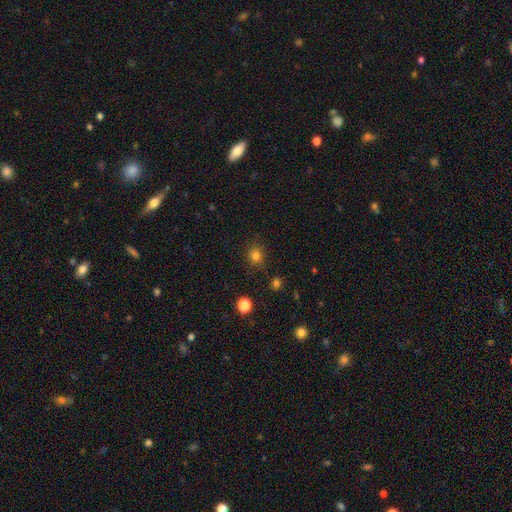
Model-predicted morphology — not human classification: A smooth galaxy with no disk features (80%) that is round (81%). Merging: none (85%).